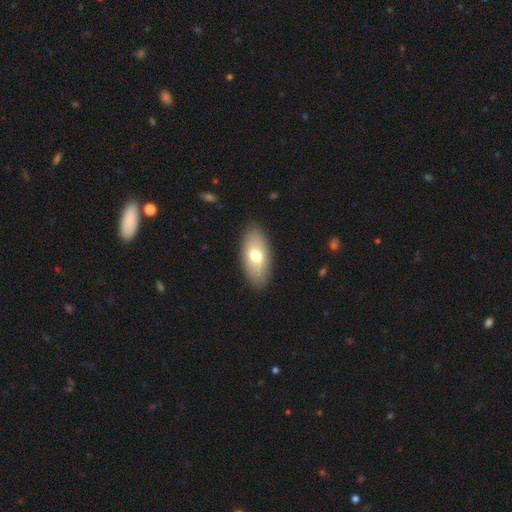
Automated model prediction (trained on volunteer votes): Smooth or featured?
  - smooth: 70% *
  - featured or disk: 24%
  - star or artifact: 6%
How rounded?
  - in between: 90% *
  - cigar-shaped: 7%
  - round: 3%
Merging?
  - none: 87% *
  - minor disturbance: 9%
  - major disturbance: 2%
  - merger: 1%